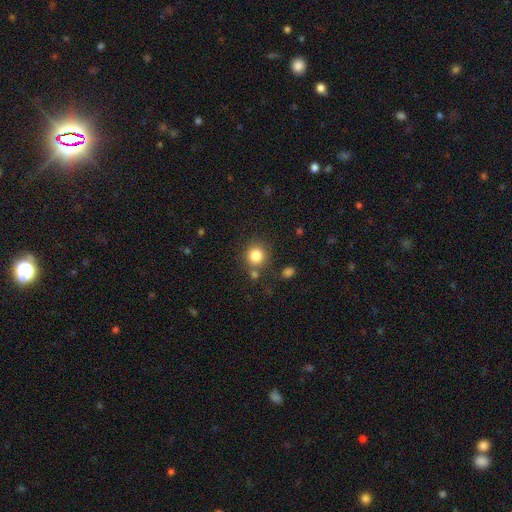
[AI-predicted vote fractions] Morphology: type=smooth (83%); roundness=round (90%); merging=none (78%).